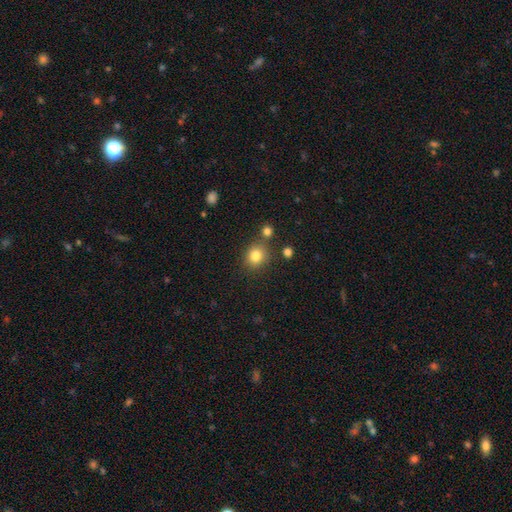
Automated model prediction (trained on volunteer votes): Smooth or featured: smooth — 81% (star or artifact — 12%)
How rounded: round — 80% (in between — 19%)
Merging: none — 76% (minor disturbance — 11%)